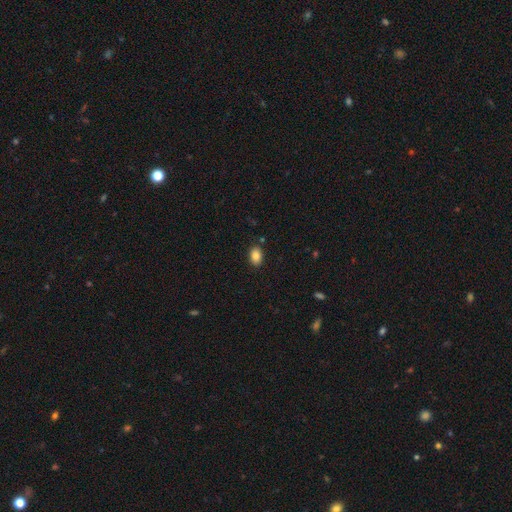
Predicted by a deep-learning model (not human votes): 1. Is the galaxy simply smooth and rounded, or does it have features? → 85% smooth, 9% star or artifact, 6% featured or disk.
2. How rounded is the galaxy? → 83% in between, 16% round, 1% cigar-shaped.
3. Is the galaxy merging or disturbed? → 86% none, 10% minor disturbance, 2% merger, 2% major disturbance.